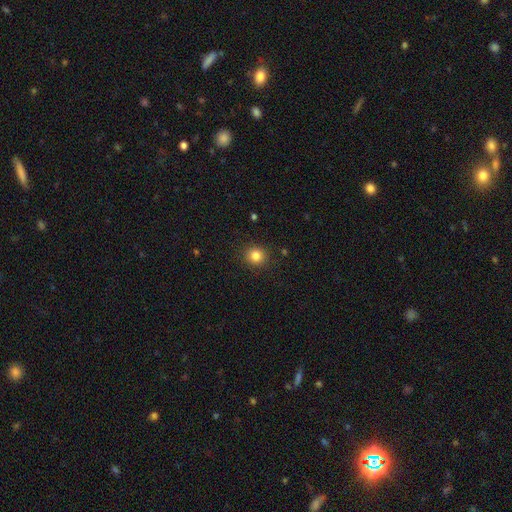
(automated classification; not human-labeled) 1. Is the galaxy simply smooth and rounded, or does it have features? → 83% smooth, 12% star or artifact, 5% featured or disk.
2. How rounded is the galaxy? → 84% round, 15% in between, 1% cigar-shaped.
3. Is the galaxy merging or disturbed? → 90% none, 7% minor disturbance, 2% major disturbance, 1% merger.